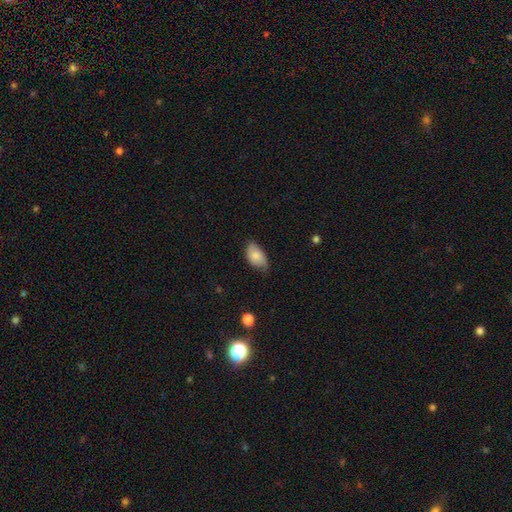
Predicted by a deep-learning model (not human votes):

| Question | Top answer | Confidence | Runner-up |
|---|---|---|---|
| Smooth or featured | smooth | 80% | featured or disk (13%) |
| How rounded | in between | 93% | round (5%) |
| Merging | none | 61% | minor disturbance (32%) |